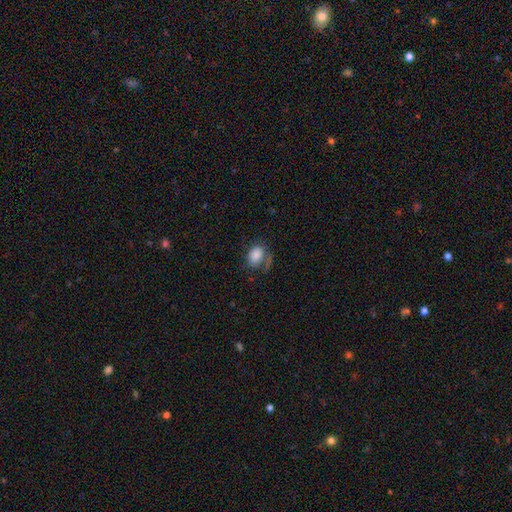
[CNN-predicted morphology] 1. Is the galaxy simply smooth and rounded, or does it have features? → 79% smooth, 12% featured or disk, 9% star or artifact.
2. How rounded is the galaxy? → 74% in between, 25% round, 1% cigar-shaped.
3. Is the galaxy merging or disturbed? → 51% none, 23% minor disturbance, 20% major disturbance, 7% merger.